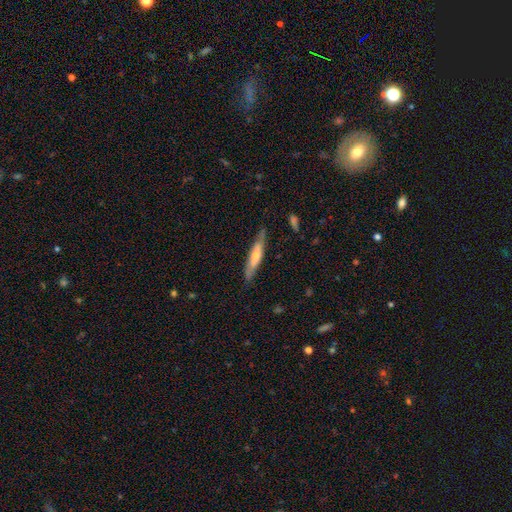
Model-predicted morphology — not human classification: Smooth or featured: smooth — 50% (featured or disk — 45%)
Merging: none — 80% (minor disturbance — 16%)